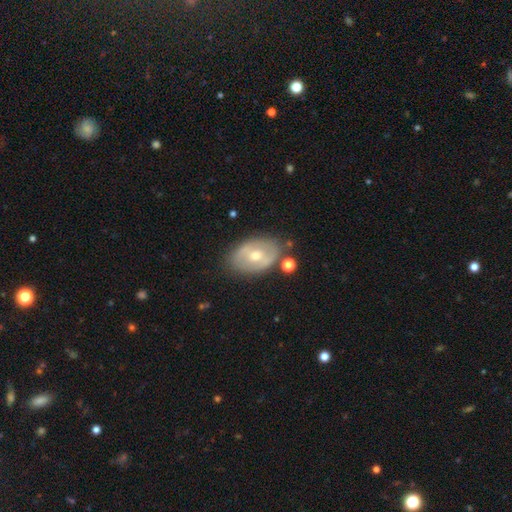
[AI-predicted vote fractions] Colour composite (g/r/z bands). It shows a featured or disk galaxy (59%) with no bar (50%), no spiral arms (64%) and a moderate central bulge (58%). Merging: none (75%).